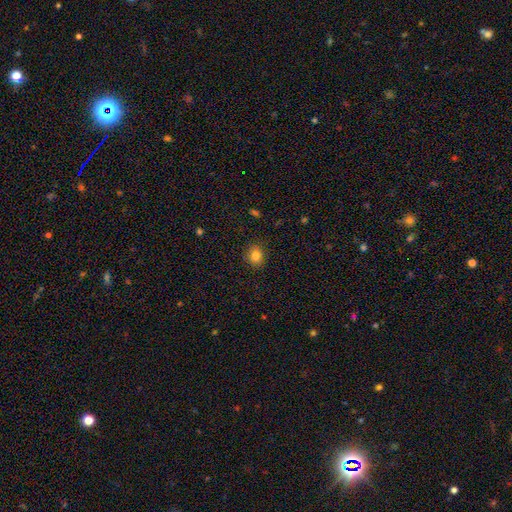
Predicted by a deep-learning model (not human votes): smooth 83%, star or artifact 11%, featured or disk 6%. Down the decision tree: how rounded — round (72%); merging — none (89%).